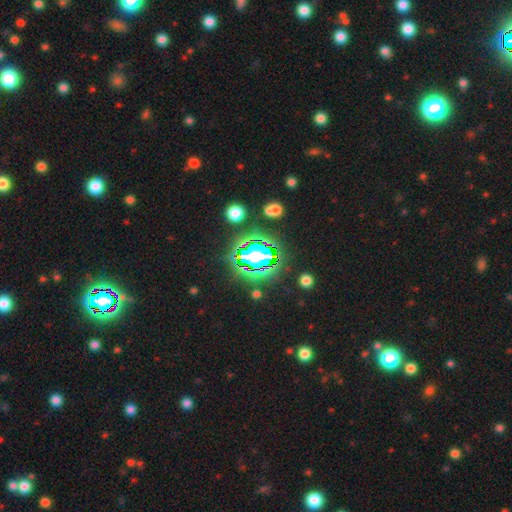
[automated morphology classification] Smooth or featured? Predicted: star or artifact (p=0.64).